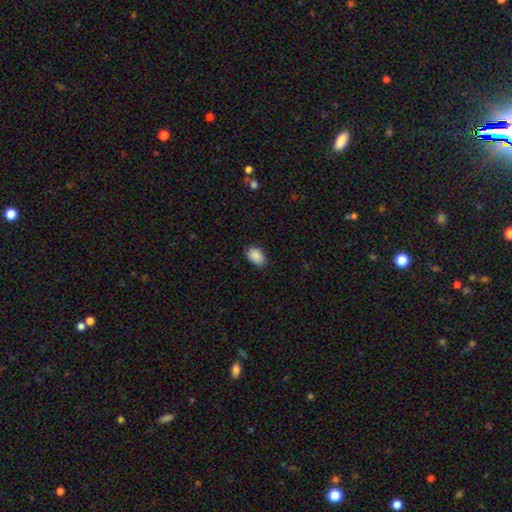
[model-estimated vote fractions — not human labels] Smooth or featured? Predicted: smooth (p=0.90). How rounded? Predicted: in between (p=0.90). Merging? Predicted: none (p=0.84).